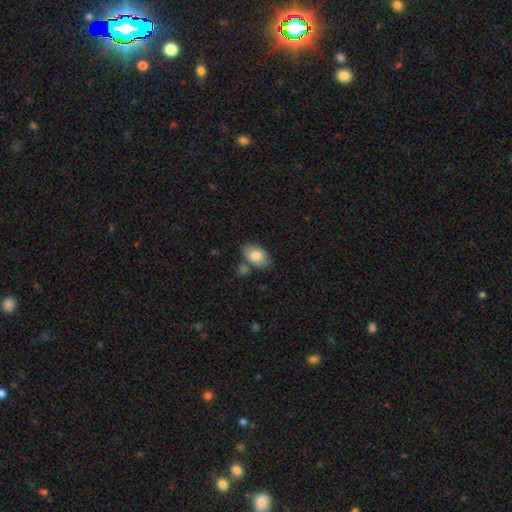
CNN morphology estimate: Smooth or featured? Predicted: smooth (p=0.82). How rounded? Predicted: in between (p=0.90). Merging? Predicted: none (p=0.71).